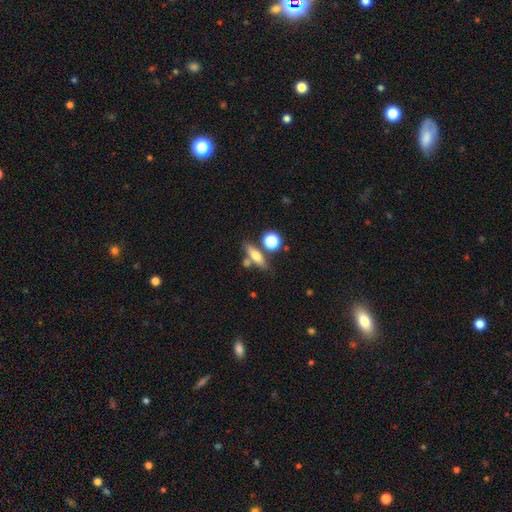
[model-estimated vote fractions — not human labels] Overall: smooth (64%; featured or disk 25%). How rounded: in between (44%; cigar-shaped 43%). Merging: none (63%).